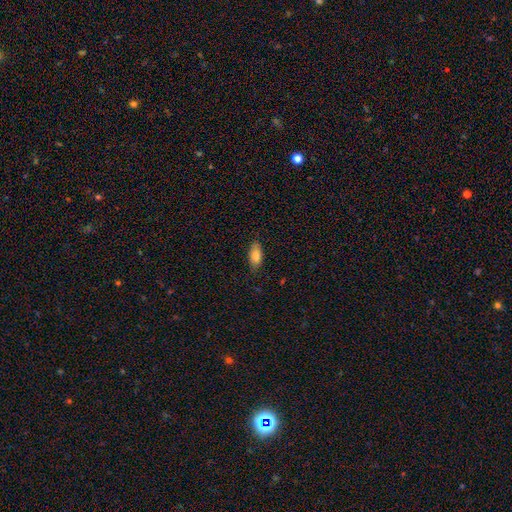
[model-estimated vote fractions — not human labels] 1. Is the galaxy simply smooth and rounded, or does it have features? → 82% smooth, 11% featured or disk, 7% star or artifact.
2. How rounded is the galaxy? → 87% in between, 10% cigar-shaped, 3% round.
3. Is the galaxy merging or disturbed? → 80% none, 16% minor disturbance, 3% major disturbance, 1% merger.